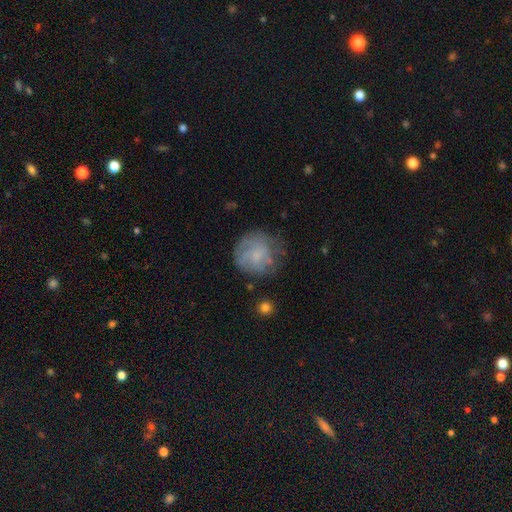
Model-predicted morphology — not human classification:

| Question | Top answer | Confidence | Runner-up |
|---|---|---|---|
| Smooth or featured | smooth | 49% | featured or disk (41%) |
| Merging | none | 60% | minor disturbance (24%) |